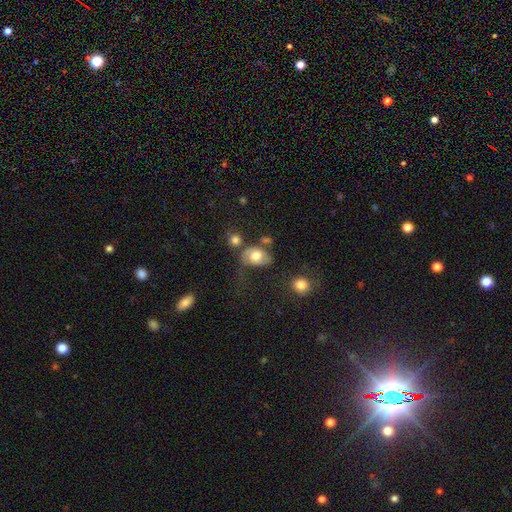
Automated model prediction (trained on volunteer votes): Q: Smooth or featured?
A: smooth (64%); runner-up: featured or disk (28%)
Q: How rounded?
A: in between (70%); runner-up: round (29%)
Q: Merging?
A: none (31%); runner-up: major disturbance (29%)